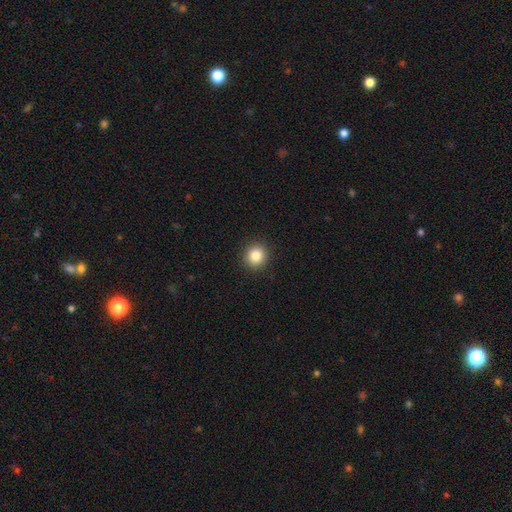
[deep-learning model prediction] Smooth or featured?
  - smooth: 85% *
  - star or artifact: 10%
  - featured or disk: 5%
How rounded?
  - round: 91% *
  - in between: 8%
  - cigar-shaped: 1%
Merging?
  - none: 92% *
  - minor disturbance: 5%
  - major disturbance: 2%
  - merger: 1%